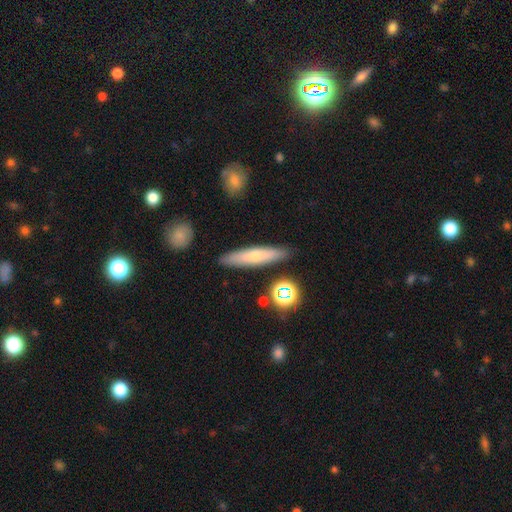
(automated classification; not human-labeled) A smooth galaxy with no disk features (58%) that is cigar-shaped (82%).

Vote fractions:
- Smooth or featured? smooth: 58% / featured or disk: 34% / star or artifact: 8%
- How rounded? cigar-shaped: 82% / in between: 16% / round: 2%
- Merging? none: 88% / minor disturbance: 8% / merger: 2% / major disturbance: 2%